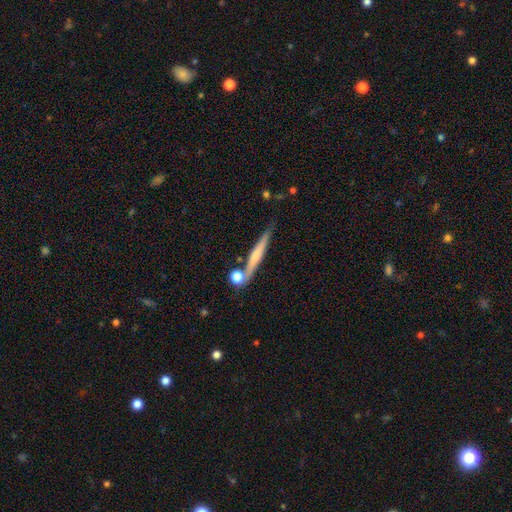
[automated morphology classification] Overall: featured or disk (52%; smooth 41%). Edge-on disk: yes (95%). Merging: none (72%).